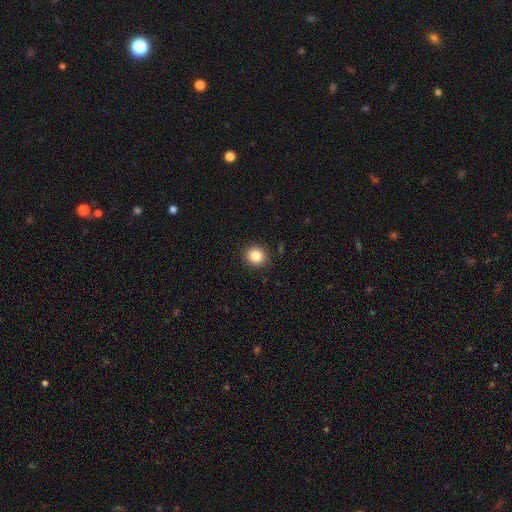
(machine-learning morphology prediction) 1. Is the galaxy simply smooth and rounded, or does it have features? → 86% smooth, 10% star or artifact, 4% featured or disk.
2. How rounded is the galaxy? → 89% round, 10% in between, 1% cigar-shaped.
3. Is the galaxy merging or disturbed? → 91% none, 6% minor disturbance, 2% major disturbance, 1% merger.